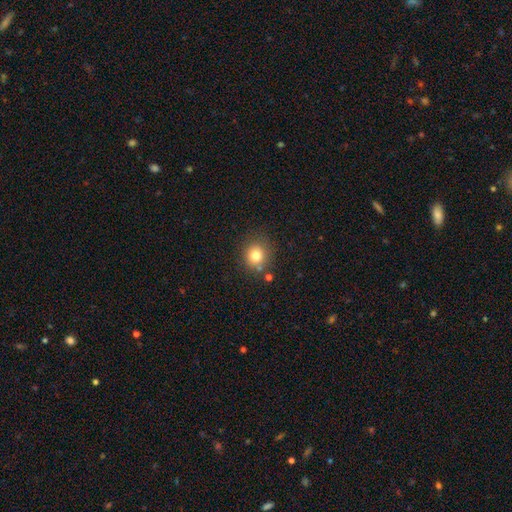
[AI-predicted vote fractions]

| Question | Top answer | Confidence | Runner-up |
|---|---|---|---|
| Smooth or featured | smooth | 79% | star or artifact (13%) |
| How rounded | round | 87% | in between (12%) |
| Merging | none | 78% | minor disturbance (11%) |